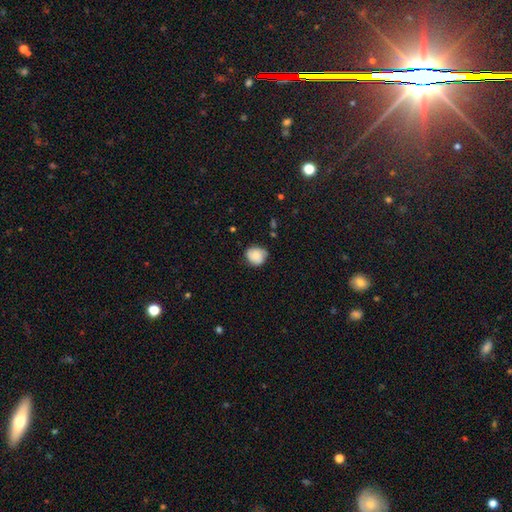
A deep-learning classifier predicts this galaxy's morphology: type=smooth (73%); roundness=round (73%); merging=none (68%).